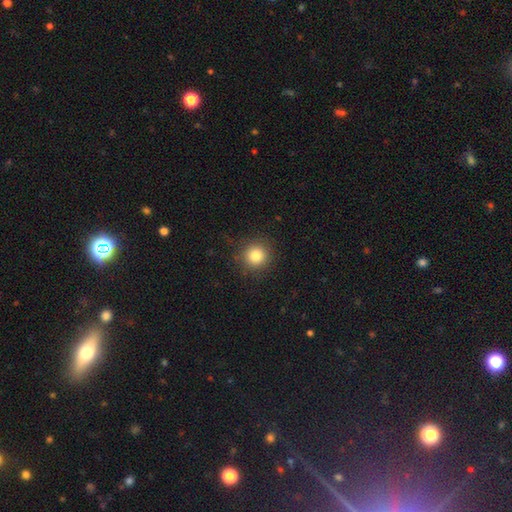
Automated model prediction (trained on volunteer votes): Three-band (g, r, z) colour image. It shows a smooth galaxy with no disk features (82%) that is round (93%). Merging: none (89%).